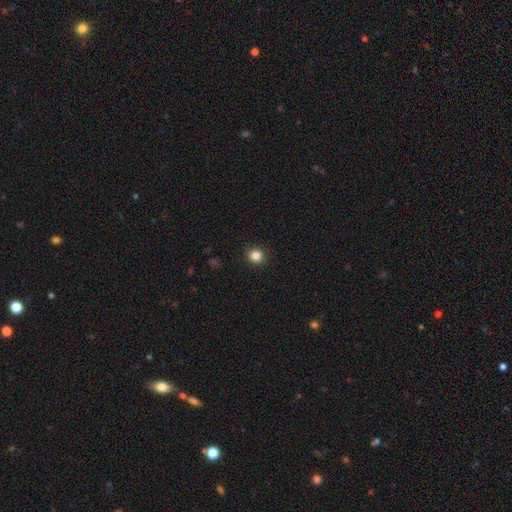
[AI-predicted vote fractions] A smooth galaxy with no disk features (84%) that is round (87%).

Vote fractions:
- Smooth or featured? smooth: 84% / star or artifact: 11% / featured or disk: 4%
- How rounded? round: 87% / in between: 12% / cigar-shaped: 1%
- Merging? none: 92% / minor disturbance: 5% / major disturbance: 2% / merger: 1%